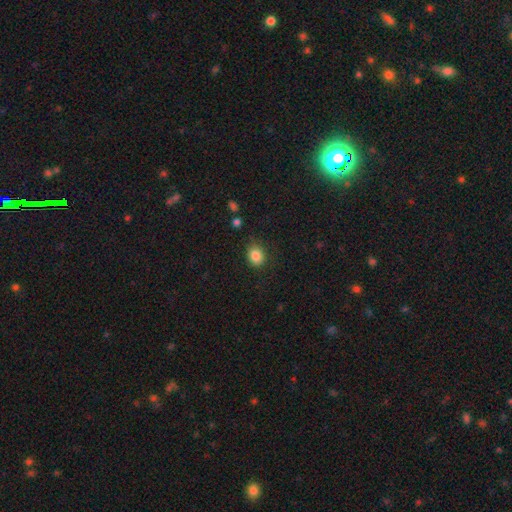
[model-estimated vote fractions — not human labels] Smooth or featured? Predicted: smooth (p=0.85). How rounded? Predicted: round (p=0.57). Merging? Predicted: none (p=0.79).